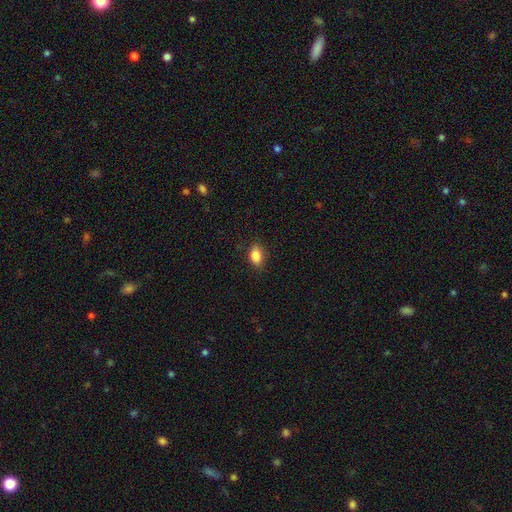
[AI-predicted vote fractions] Smooth or featured? smooth (87%)
How rounded? in between (83%)
Merging? none (86%)